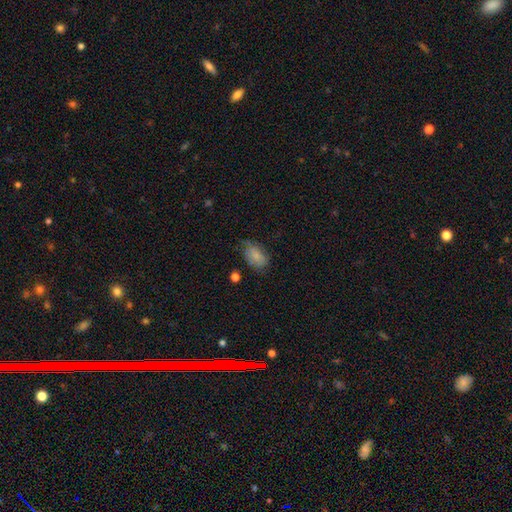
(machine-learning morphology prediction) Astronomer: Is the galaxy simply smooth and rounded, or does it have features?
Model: smooth — 80%.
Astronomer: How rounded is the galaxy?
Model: in between — 90%.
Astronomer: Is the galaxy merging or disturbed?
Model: none — 54% (runner-up: minor disturbance, 33%).